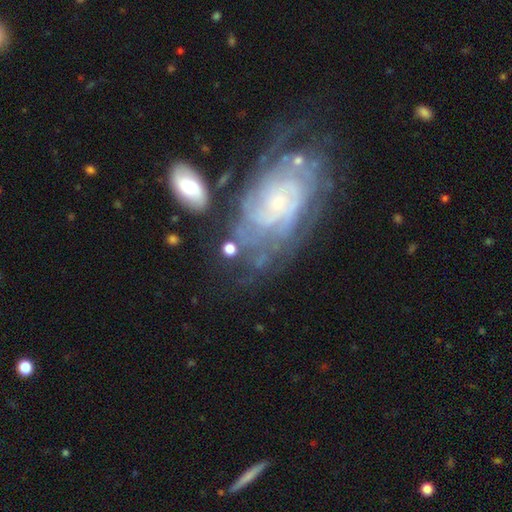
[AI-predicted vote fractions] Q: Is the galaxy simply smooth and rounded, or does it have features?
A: featured or disk — 84%.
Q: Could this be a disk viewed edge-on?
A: no — 95%.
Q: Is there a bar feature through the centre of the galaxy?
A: no — 71%.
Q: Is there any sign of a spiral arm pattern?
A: yes — 95%.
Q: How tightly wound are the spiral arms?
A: tight — 72%.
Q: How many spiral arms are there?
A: can't tell — 43%.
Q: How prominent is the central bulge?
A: small — 77%.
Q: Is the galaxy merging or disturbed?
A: none — 60%.